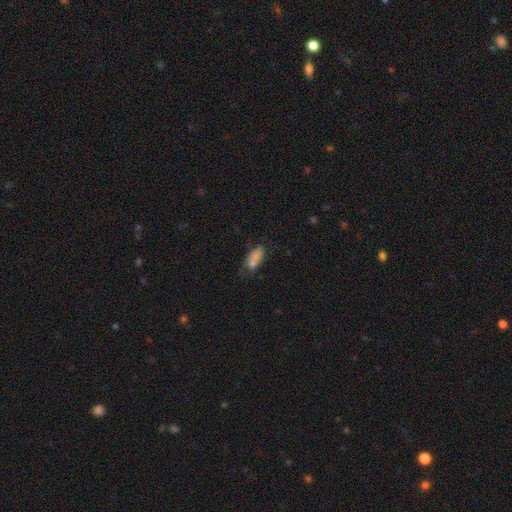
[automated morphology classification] Smooth or featured: smooth — 70% (featured or disk — 19%)
How rounded: in between — 80% (cigar-shaped — 15%)
Merging: none — 38% (minor disturbance — 25%)